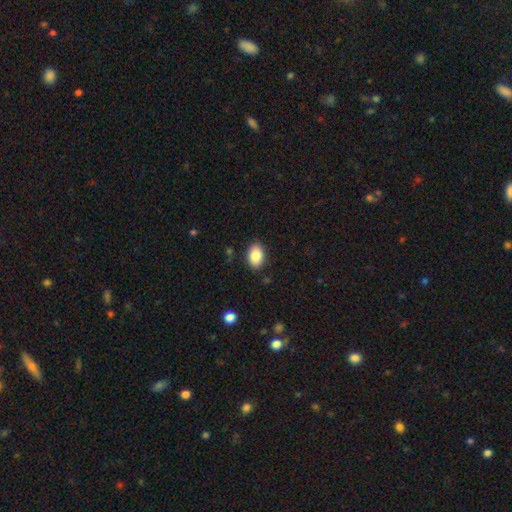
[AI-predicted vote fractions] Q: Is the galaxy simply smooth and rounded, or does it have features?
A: smooth — 86%.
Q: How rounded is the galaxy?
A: in between — 88%.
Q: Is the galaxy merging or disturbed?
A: none — 87%.